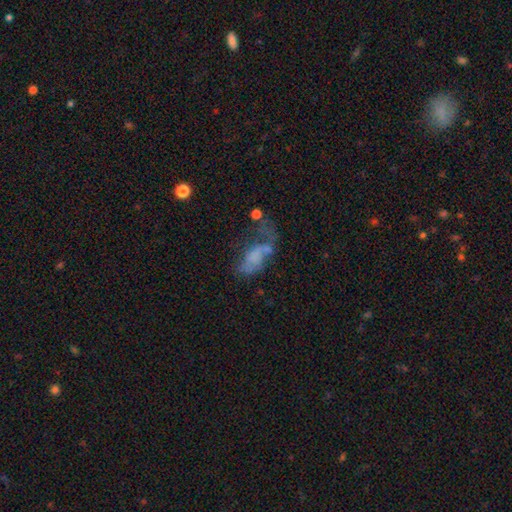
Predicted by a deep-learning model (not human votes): Smooth or featured? featured or disk (44%)
Merging? major disturbance (45%)